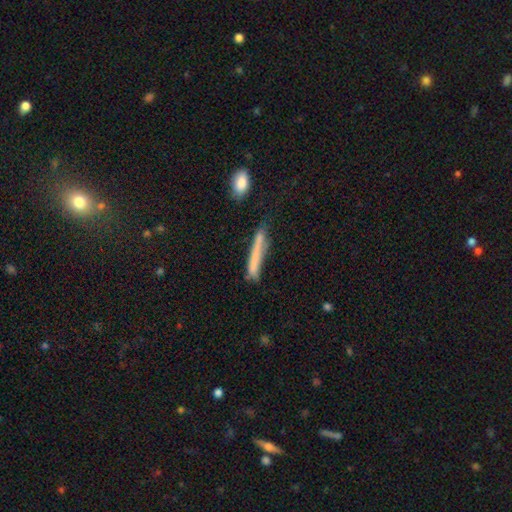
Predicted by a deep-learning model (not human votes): This appears to be a smooth galaxy with no disk features (66%) that is cigar-shaped (96%). Merging: none (73%).